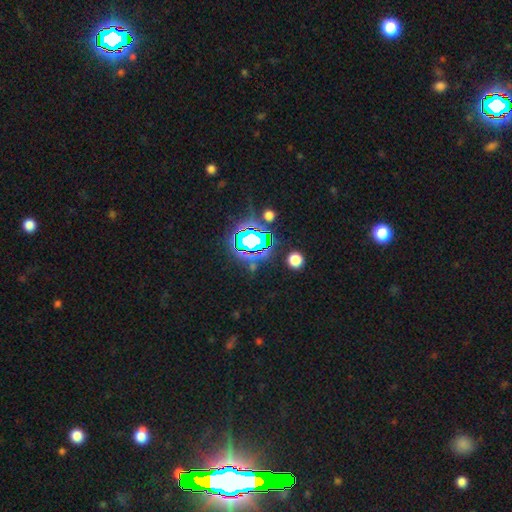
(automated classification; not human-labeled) Smooth or featured? Predicted: star or artifact (p=0.85).